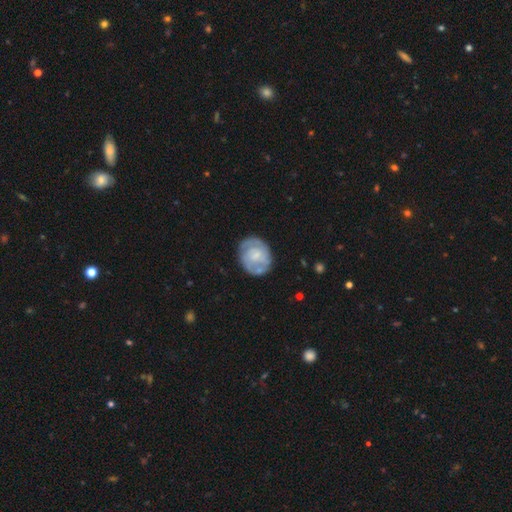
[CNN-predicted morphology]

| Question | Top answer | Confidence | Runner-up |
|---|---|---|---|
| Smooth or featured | featured or disk | 68% | smooth (26%) |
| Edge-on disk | no | 98% | yes (2%) |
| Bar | no | 59% | weak (35%) |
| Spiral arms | yes | 83% | no (17%) |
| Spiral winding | tight | 55% | medium (34%) |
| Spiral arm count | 2 | 46% | can't tell (31%) |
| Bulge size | small | 54% | moderate (26%) |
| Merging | none | 70% | minor disturbance (20%) |